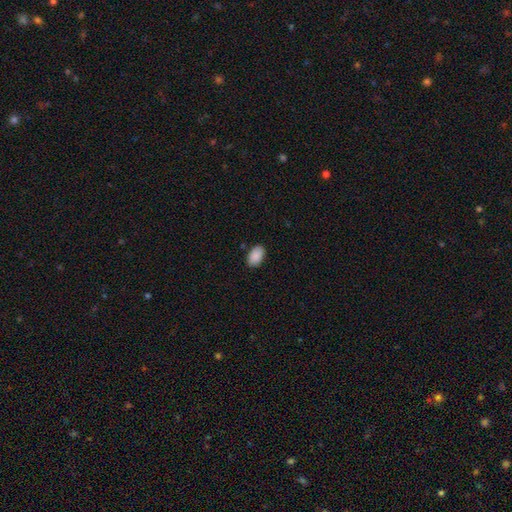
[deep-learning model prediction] This is clearly a smooth galaxy (90%). How rounded: clearly in between (93%). Merging: clearly none (87%).